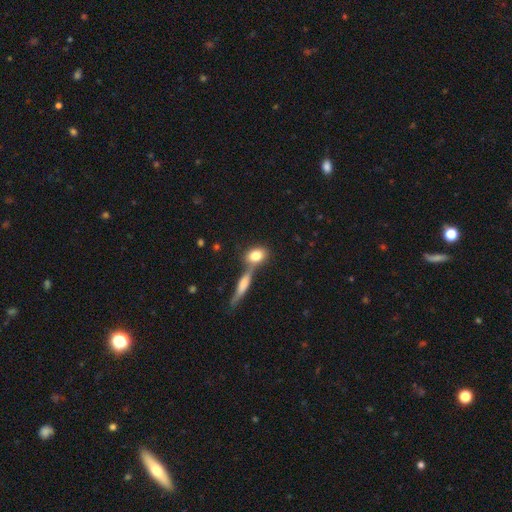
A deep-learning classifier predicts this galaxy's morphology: smooth_or_featured: smooth (p=0.77) [alt: featured or disk p=0.14]
how_rounded: in between (p=0.63) [alt: round p=0.29]
merging: none (p=0.48) [alt: merger p=0.37]